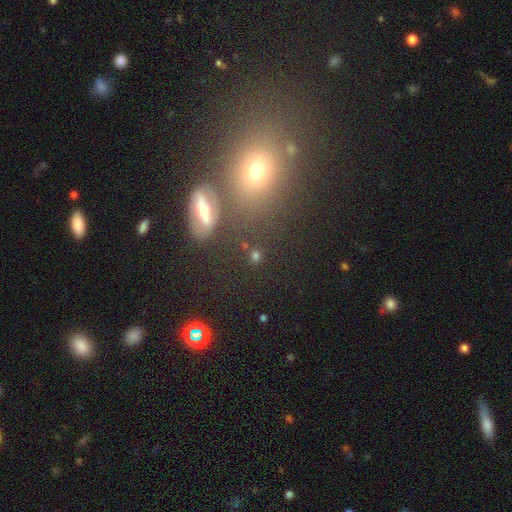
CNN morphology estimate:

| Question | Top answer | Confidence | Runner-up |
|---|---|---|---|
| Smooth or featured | smooth | 65% | star or artifact (24%) |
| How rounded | round | 79% | in between (18%) |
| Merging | none | 79% | minor disturbance (9%) |